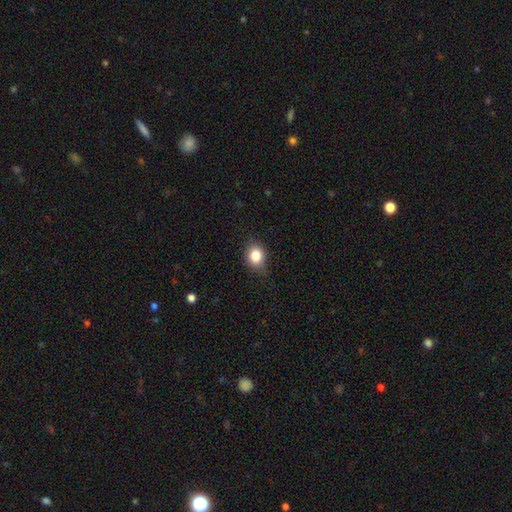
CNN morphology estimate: A smooth galaxy with no disk features (84%) that is round (53%). Merging: none (75%).